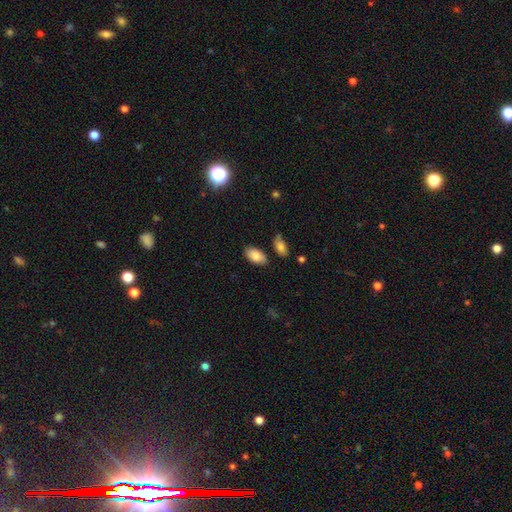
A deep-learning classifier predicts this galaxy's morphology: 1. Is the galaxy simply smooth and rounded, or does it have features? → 85% smooth, 8% featured or disk, 7% star or artifact.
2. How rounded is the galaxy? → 95% in between, 3% round, 2% cigar-shaped.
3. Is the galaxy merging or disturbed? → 81% none, 13% minor disturbance, 4% merger, 3% major disturbance.